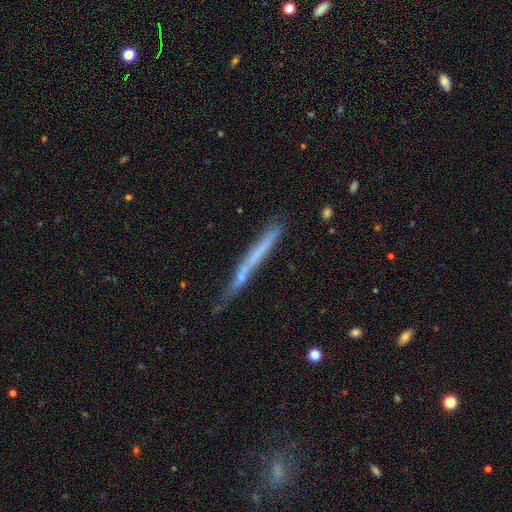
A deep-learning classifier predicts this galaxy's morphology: A smooth galaxy with no disk features (47%). Merging: none (72%).